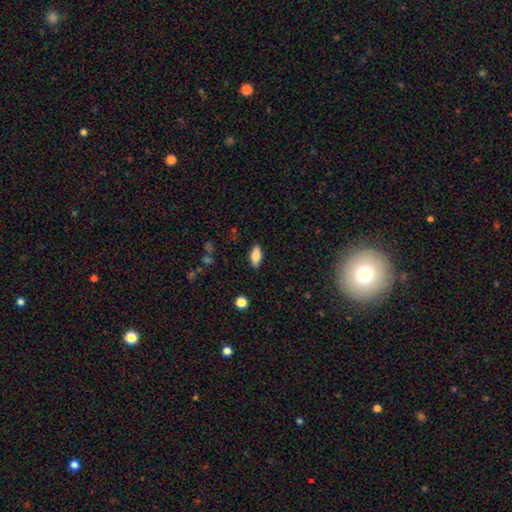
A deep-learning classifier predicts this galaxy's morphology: The model was most divided on "how rounded": in between: 81%, cigar-shaped: 17%, round: 3%. More confident: merging — none (87%); smooth or featured — smooth (80%).